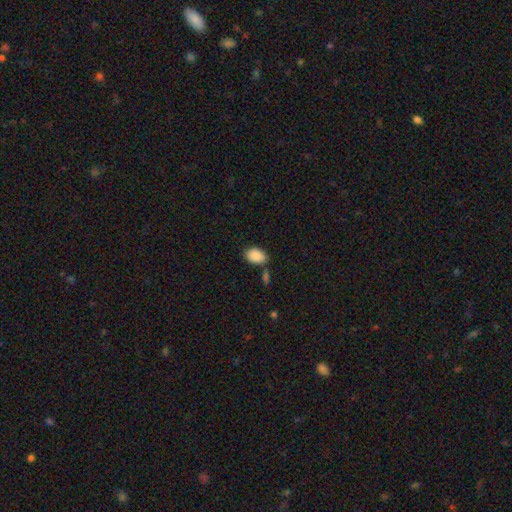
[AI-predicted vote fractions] Smooth or featured? Predicted: smooth (p=0.89). How rounded? Predicted: in between (p=0.87). Merging? Predicted: none (p=0.68).